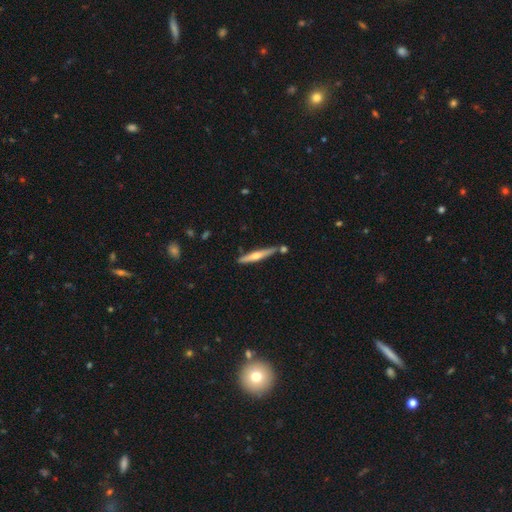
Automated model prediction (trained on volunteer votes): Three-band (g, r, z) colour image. It shows a featured or disk galaxy (55%) viewed edge-on (96%) with a rounded central bulge (82%). Merging: none (78%).